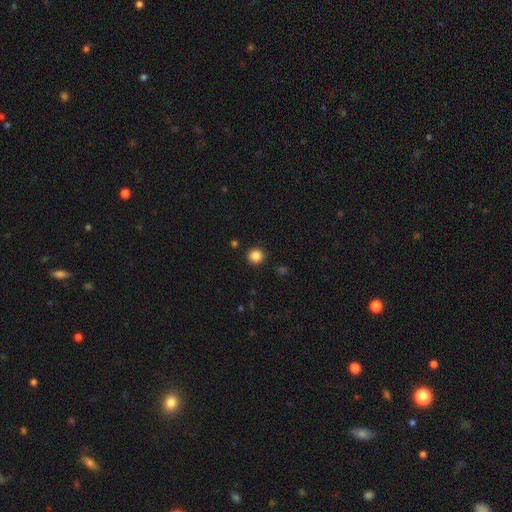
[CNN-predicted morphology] A smooth galaxy with no disk features (86%) that is round (93%).

Vote fractions:
- Smooth or featured? smooth: 86% / star or artifact: 11% / featured or disk: 3%
- How rounded? round: 93% / in between: 7% / cigar-shaped: 1%
- Merging? none: 92% / minor disturbance: 5% / major disturbance: 2% / merger: 1%